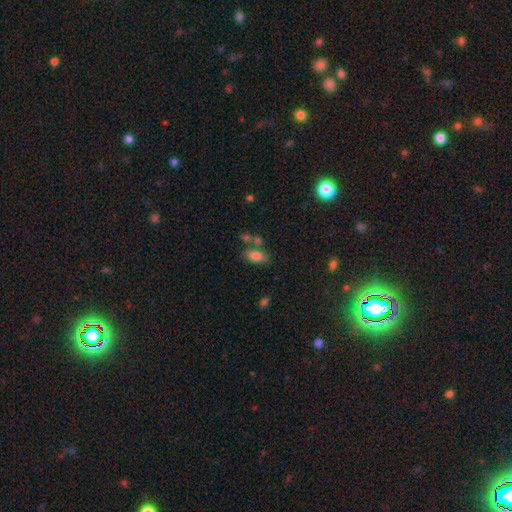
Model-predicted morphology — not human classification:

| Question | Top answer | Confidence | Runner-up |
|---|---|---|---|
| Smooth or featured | smooth | 81% | featured or disk (10%) |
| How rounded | in between | 87% | cigar-shaped (9%) |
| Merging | none | 59% | merger (20%) |